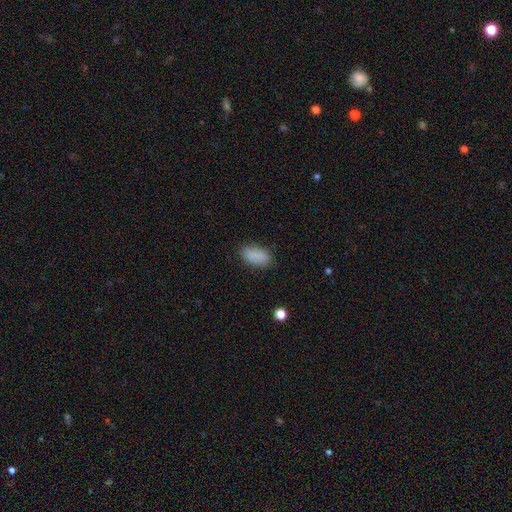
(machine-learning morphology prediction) Smooth or featured: smooth — 87% (star or artifact — 8%)
How rounded: in between — 93% (round — 4%)
Merging: none — 83% (minor disturbance — 13%)